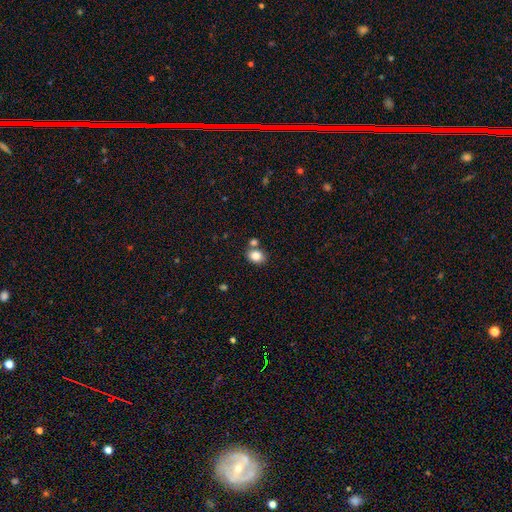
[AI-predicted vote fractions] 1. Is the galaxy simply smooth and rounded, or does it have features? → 84% smooth, 9% star or artifact, 6% featured or disk.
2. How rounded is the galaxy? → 58% in between, 41% round, 1% cigar-shaped.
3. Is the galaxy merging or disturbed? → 66% none, 19% merger, 11% minor disturbance, 3% major disturbance.